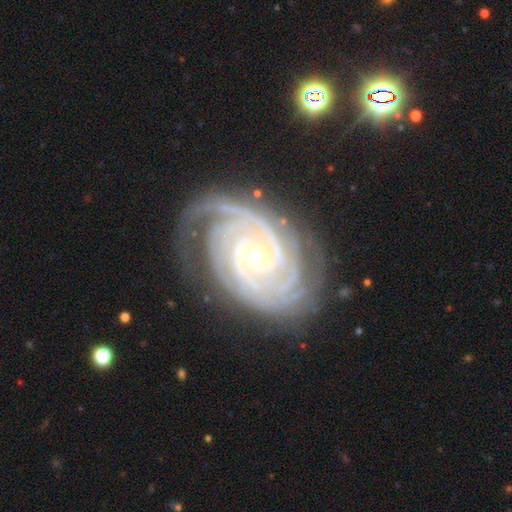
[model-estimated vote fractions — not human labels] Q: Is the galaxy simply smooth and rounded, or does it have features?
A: featured or disk — 93%.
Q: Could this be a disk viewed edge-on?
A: no — 97%.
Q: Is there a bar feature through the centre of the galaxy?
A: no — 60%.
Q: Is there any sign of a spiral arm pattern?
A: yes — 99%.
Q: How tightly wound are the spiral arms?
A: tight — 83%.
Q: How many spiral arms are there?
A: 3 — 29%.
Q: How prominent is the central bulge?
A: small — 54%.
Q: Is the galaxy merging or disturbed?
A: none — 77%.